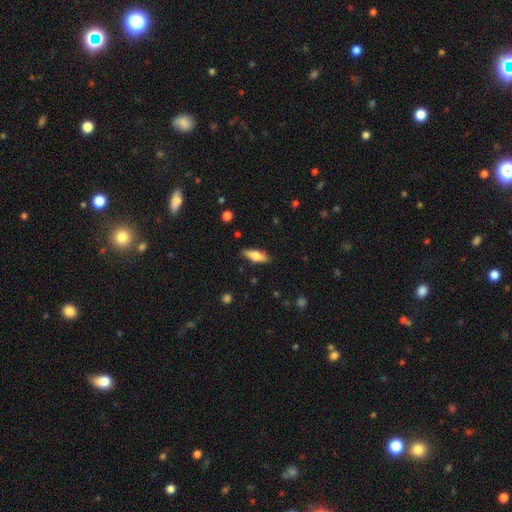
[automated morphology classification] smooth 61%, featured or disk 33%, star or artifact 6%. Down the decision tree: how rounded — in between (52%); merging — none (87%).